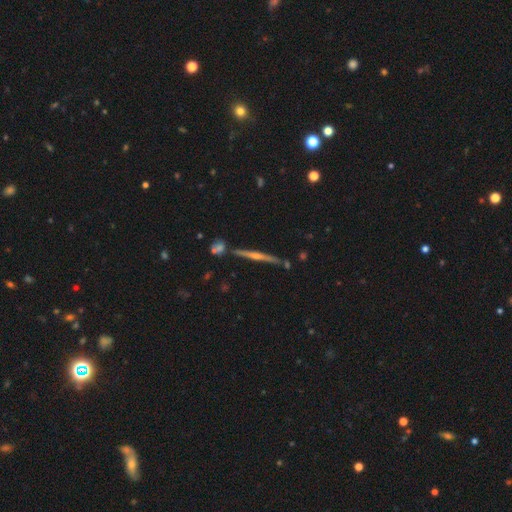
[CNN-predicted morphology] A featured or disk galaxy (76%) viewed edge-on (98%) with a rounded central bulge (76%). Merging: none (84%).